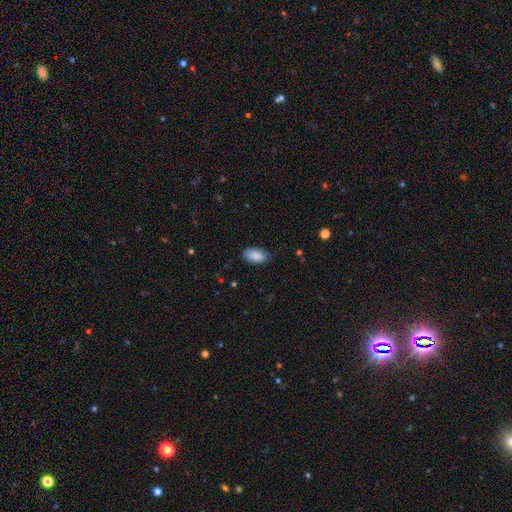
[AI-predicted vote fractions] Morphology: type=smooth (88%); roundness=in between (94%); merging=none (78%).